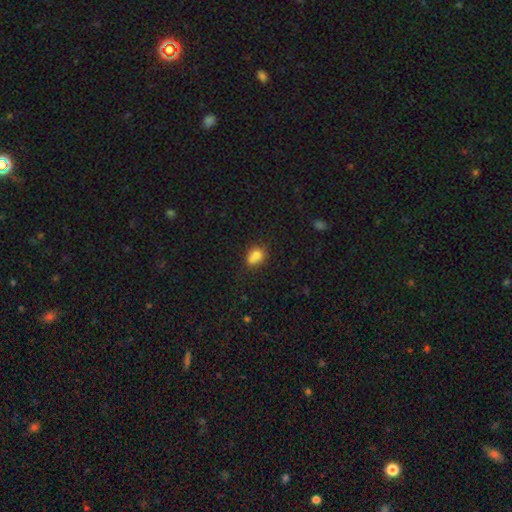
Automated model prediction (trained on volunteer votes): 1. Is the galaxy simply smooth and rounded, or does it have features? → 77% smooth, 12% featured or disk, 11% star or artifact.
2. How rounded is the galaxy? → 50% in between, 49% round, 2% cigar-shaped.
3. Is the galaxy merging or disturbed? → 40% none, 35% merger, 18% minor disturbance, 6% major disturbance.